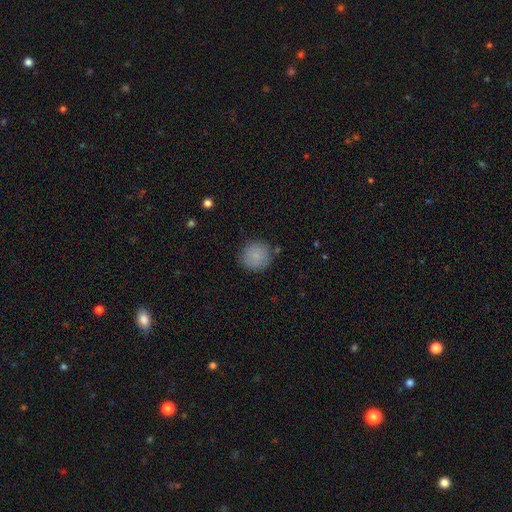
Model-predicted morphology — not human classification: Smooth or featured? smooth (84%)
How rounded? round (91%)
Merging? none (81%)